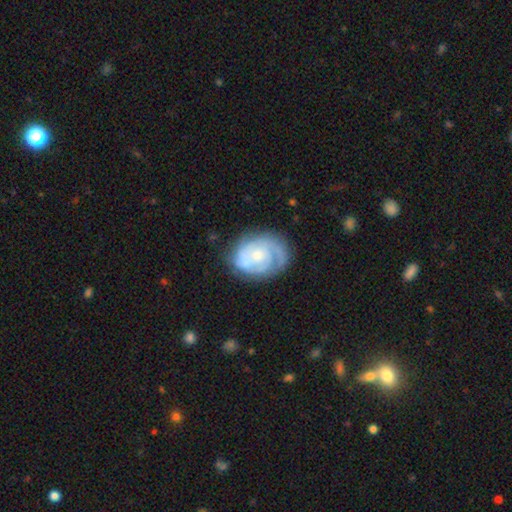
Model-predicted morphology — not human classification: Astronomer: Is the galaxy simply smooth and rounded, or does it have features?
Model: featured or disk — 80%.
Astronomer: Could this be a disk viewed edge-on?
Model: no — 98%.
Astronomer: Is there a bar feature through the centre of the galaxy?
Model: no — 74%.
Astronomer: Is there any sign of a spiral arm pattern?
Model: yes — 93%.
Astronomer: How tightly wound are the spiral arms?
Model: tight — 65%.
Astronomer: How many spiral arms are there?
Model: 2 — 39% (runner-up: can't tell, 24%).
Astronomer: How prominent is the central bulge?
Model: small — 52% (runner-up: moderate, 41%).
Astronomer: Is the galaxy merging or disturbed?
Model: none — 68%.